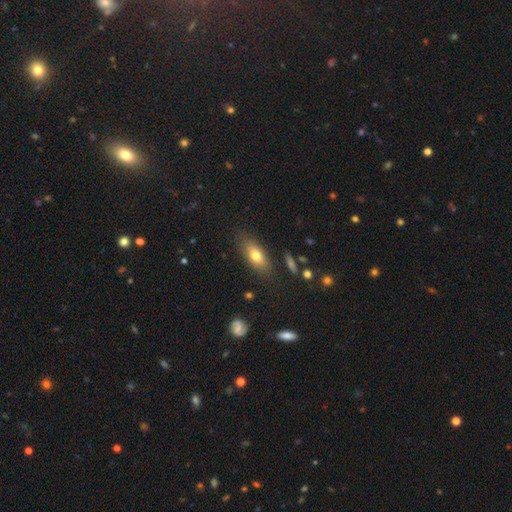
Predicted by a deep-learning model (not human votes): A smooth galaxy with no disk features (72%) that is in between round and cigar-shaped (77%).

Vote fractions:
- Smooth or featured? smooth: 72% / featured or disk: 19% / star or artifact: 9%
- How rounded? in between: 77% / cigar-shaped: 18% / round: 5%
- Merging? none: 80% / minor disturbance: 14% / major disturbance: 4% / merger: 2%